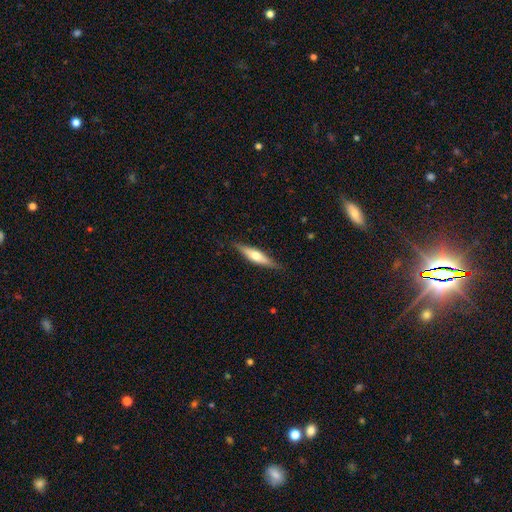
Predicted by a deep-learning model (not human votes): The model was most divided on "smooth or featured": featured or disk: 54%, smooth: 40%, star or artifact: 6%. More confident: edge-on disk — yes (94%); edge-on bulge — rounded (89%); merging — none (86%).